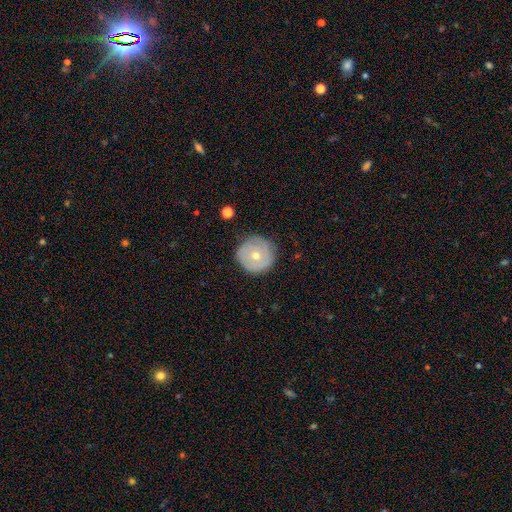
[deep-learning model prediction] Q: Smooth or featured?
A: smooth (51%); runner-up: featured or disk (42%)
Q: How rounded?
A: round (96%); runner-up: in between (3%)
Q: Merging?
A: none (85%); runner-up: minor disturbance (11%)